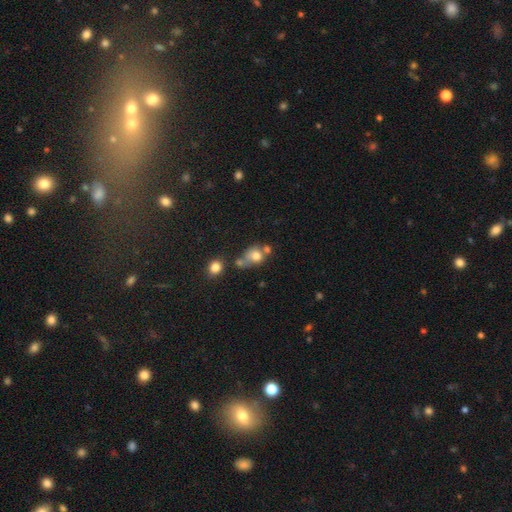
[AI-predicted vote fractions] A smooth galaxy with no disk features (72%) that is round (68%). Merging: merger (43%).